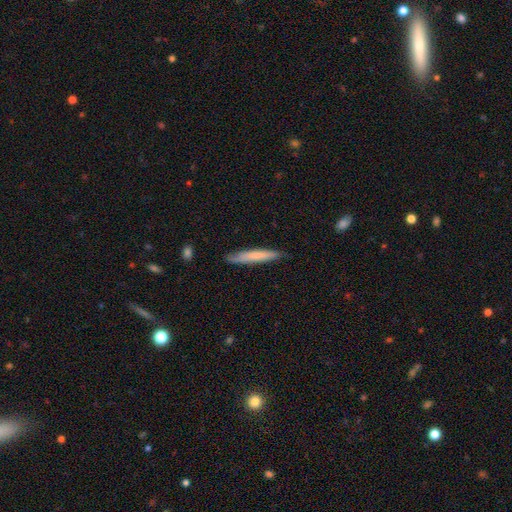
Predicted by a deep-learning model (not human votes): smooth-or-featured: smooth: 69% | featured or disk: 25% | star or artifact: 5%
  how-rounded: cigar-shaped: 95% | in between: 4% | round: 1%
  merging: none: 84% | minor disturbance: 13% | major disturbance: 2% | merger: 1%